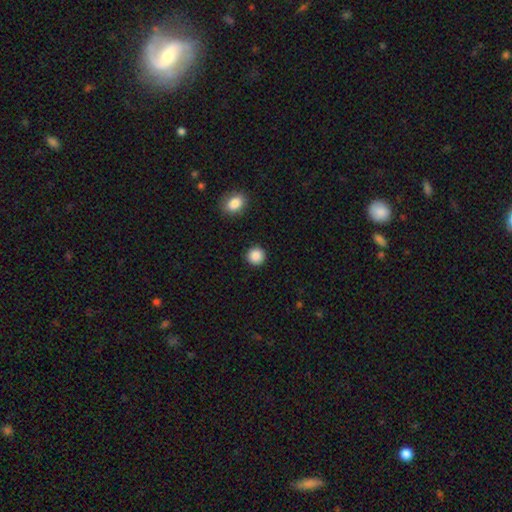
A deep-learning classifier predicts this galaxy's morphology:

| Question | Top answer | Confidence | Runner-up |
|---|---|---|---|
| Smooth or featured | smooth | 88% | star or artifact (9%) |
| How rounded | round | 94% | in between (5%) |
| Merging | none | 92% | minor disturbance (5%) |